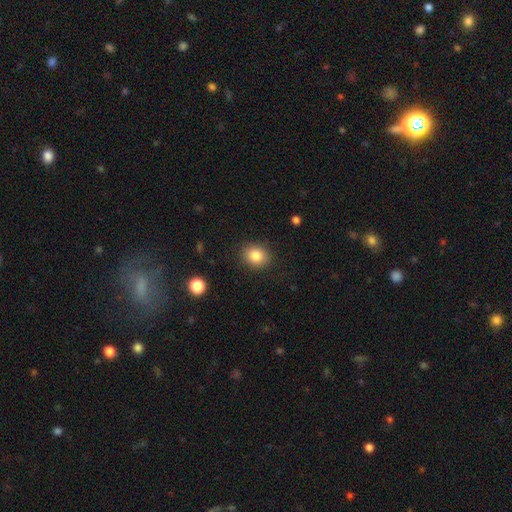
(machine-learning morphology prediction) smooth_or_featured: smooth (p=0.85) [alt: star or artifact p=0.09]
how_rounded: round (p=0.63) [alt: in between p=0.36]
merging: none (p=0.87) [alt: minor disturbance p=0.09]